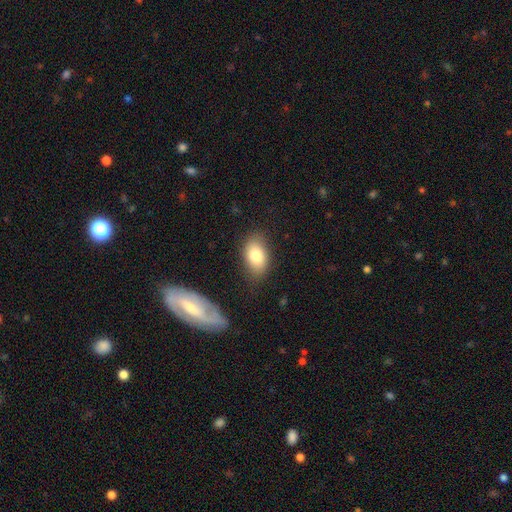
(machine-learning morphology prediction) This is clearly a smooth galaxy (80%). How rounded: clearly in between (88%). Merging: likely none (79%).